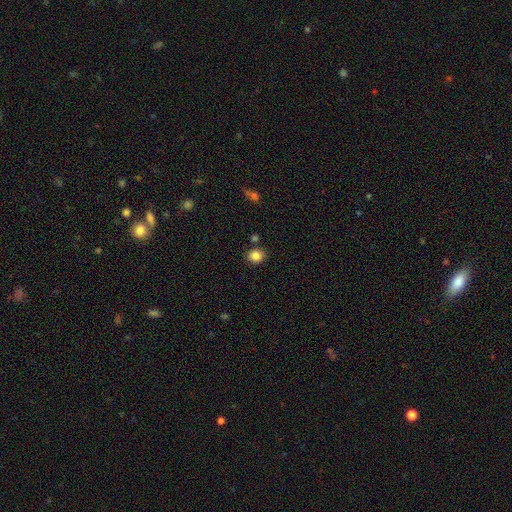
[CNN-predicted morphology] Smooth or featured?
  - smooth: 84% *
  - star or artifact: 10%
  - featured or disk: 5%
How rounded?
  - round: 67% *
  - in between: 32%
  - cigar-shaped: 1%
Merging?
  - none: 83% *
  - minor disturbance: 10%
  - merger: 5%
  - major disturbance: 2%